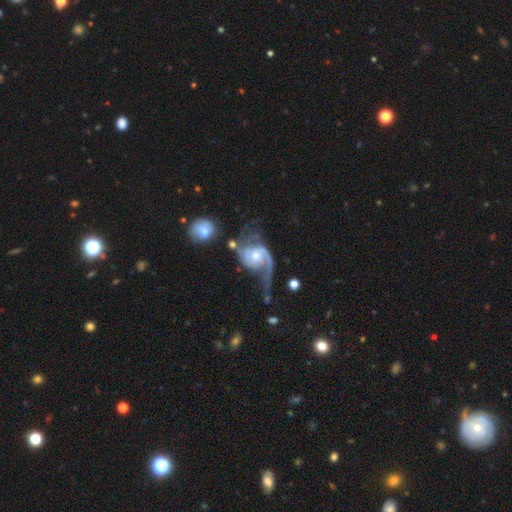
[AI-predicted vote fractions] A featured or disk galaxy (88%) with no bar (64%), 2 (72%) loose (46%) spiral arms (96%) and a moderate central bulge (57%). Merging: major disturbance (38%).